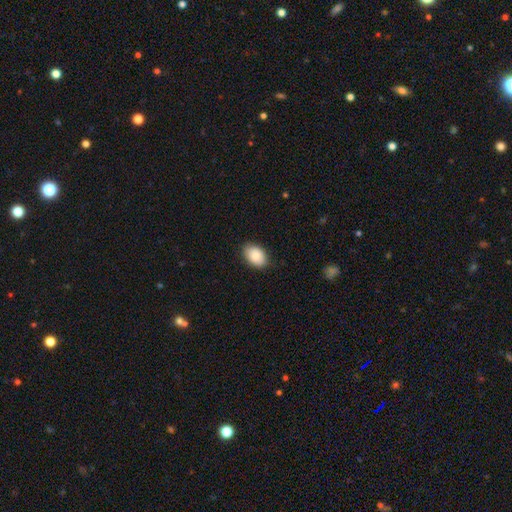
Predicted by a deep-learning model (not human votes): Smooth or featured? Predicted: smooth (p=0.84). How rounded? Predicted: in between (p=0.86). Merging? Predicted: none (p=0.86).